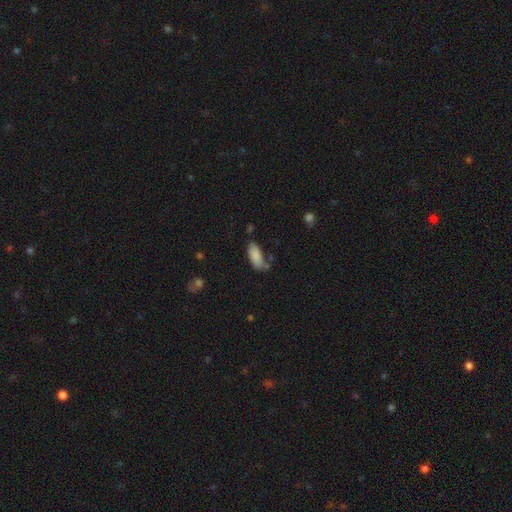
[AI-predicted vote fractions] Morphology: type=smooth (86%); roundness=in between (84%); merging=none (65%).